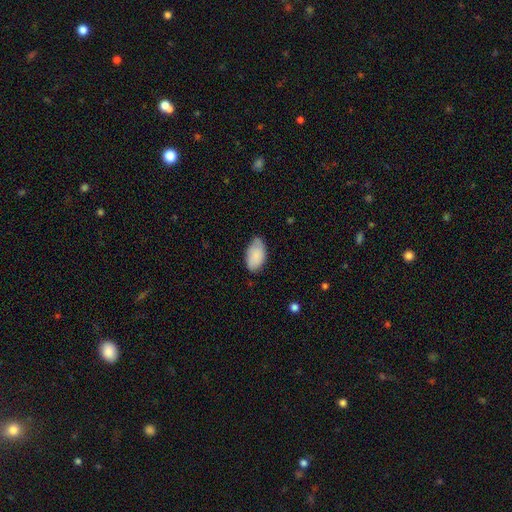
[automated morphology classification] Smooth or featured? smooth (85%)
How rounded? in between (95%)
Merging? none (62%)